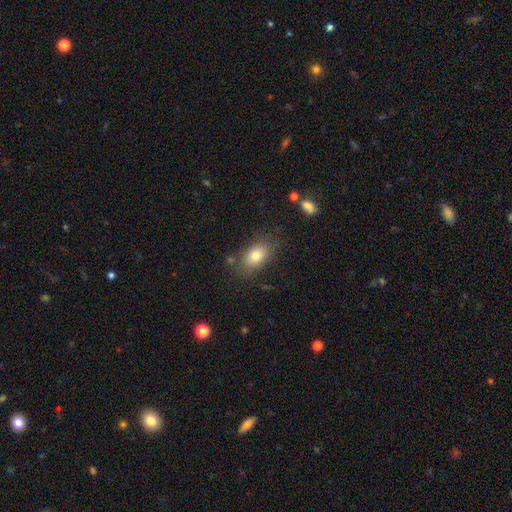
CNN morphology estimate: Smooth or featured? Predicted: smooth (p=0.80). How rounded? Predicted: in between (p=0.83). Merging? Predicted: none (p=0.77).